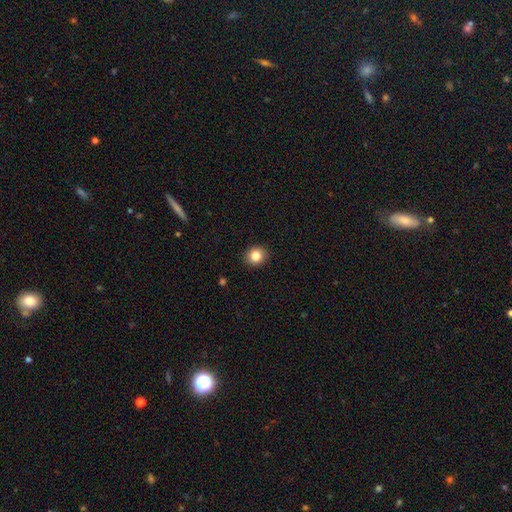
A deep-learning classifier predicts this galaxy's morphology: This is clearly a smooth galaxy (84%). How rounded: likely round (77%). Merging: clearly none (91%).